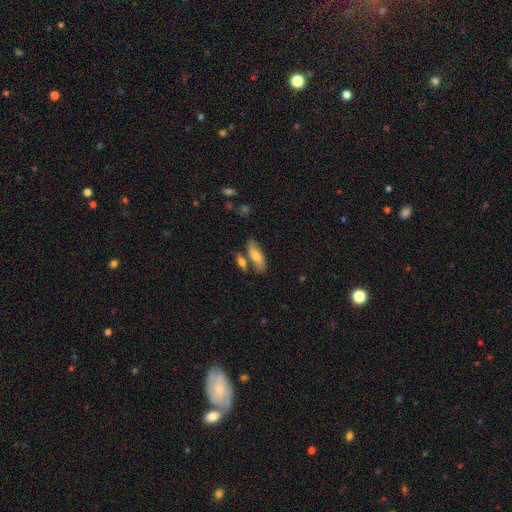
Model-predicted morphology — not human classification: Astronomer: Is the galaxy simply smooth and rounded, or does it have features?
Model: smooth — 70%.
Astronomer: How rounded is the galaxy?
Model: in between — 66%.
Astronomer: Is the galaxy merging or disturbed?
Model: none — 62%.